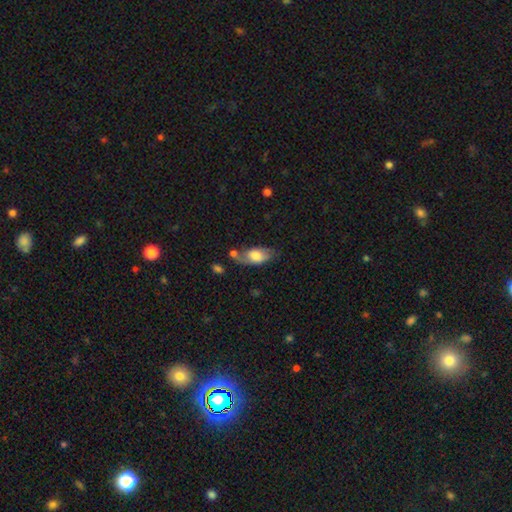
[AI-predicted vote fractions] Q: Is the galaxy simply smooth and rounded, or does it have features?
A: smooth — 65%.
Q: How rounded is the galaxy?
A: in between — 87%.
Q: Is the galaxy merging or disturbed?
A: none — 48%.